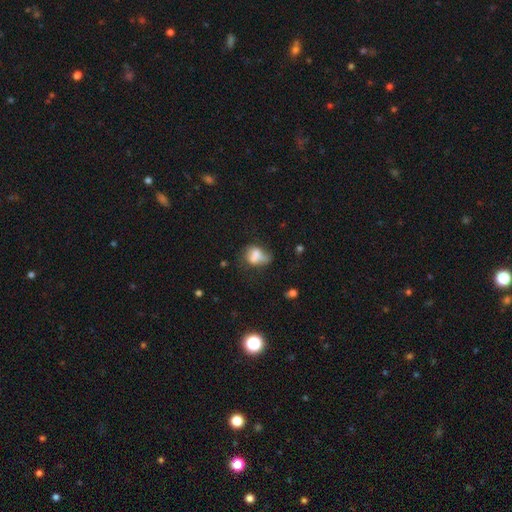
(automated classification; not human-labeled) A smooth galaxy with no disk features (63%) that is in between round and cigar-shaped (65%).

Vote fractions:
- Smooth or featured? smooth: 63% / featured or disk: 24% / star or artifact: 12%
- How rounded? in between: 65% / round: 32% / cigar-shaped: 2%
- Merging? merger: 30% / none: 27% / minor disturbance: 23% / major disturbance: 20%